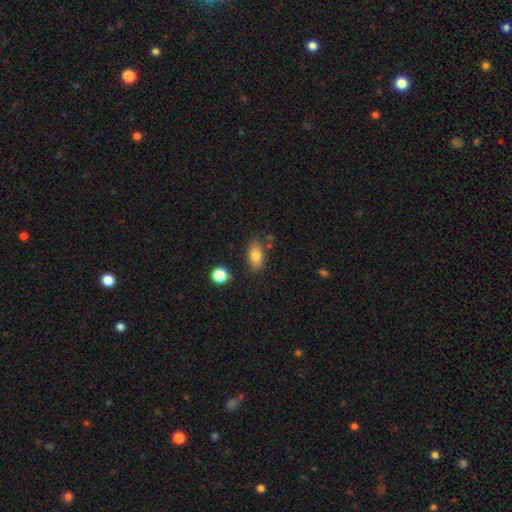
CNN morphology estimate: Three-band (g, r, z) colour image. It shows a smooth galaxy with no disk features (79%) that is in between round and cigar-shaped (88%). Merging: none (78%).